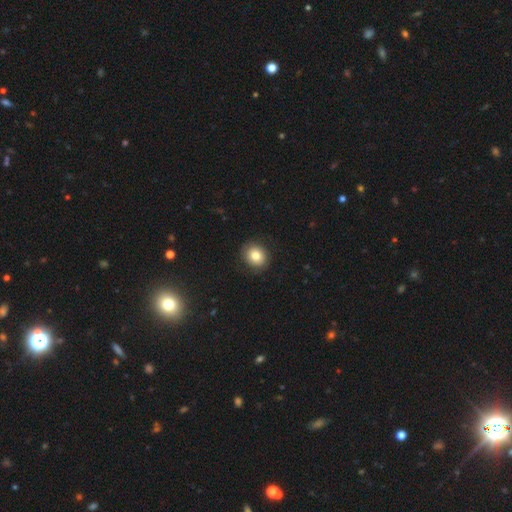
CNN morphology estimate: Smooth or featured? Predicted: smooth (p=0.80). How rounded? Predicted: round (p=0.76). Merging? Predicted: none (p=0.88).